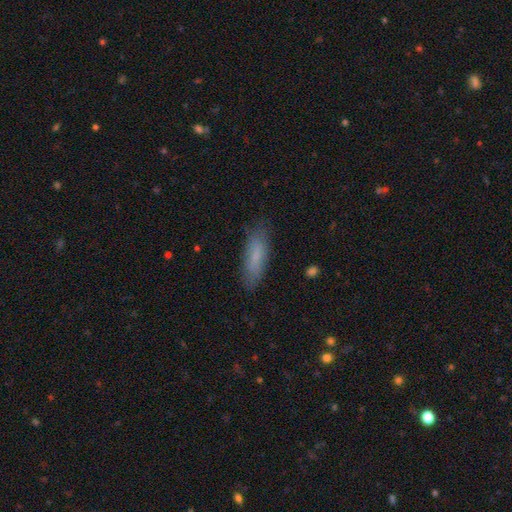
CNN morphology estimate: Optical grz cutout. It shows a smooth galaxy with no disk features (75%) that is cigar-shaped (56%). Merging: none (83%).